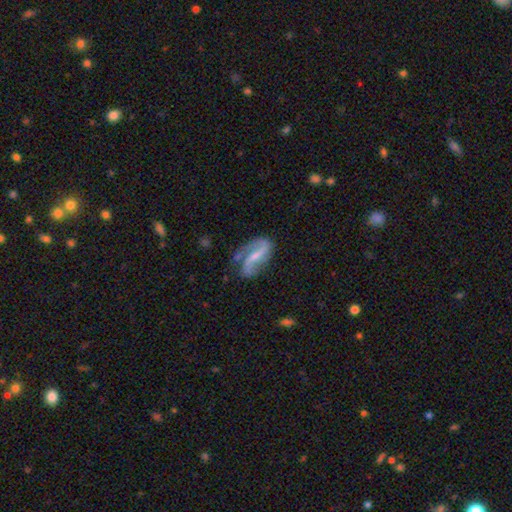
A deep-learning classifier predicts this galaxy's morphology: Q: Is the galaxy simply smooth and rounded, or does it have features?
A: featured or disk — 83%.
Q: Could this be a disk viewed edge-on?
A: no — 95%.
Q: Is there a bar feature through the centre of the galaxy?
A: strong — 41%.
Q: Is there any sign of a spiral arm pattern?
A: yes — 94%.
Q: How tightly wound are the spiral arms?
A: loose — 60%.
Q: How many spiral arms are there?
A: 2 — 88%.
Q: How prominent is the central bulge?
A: small — 58%.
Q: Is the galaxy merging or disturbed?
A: none — 64%.